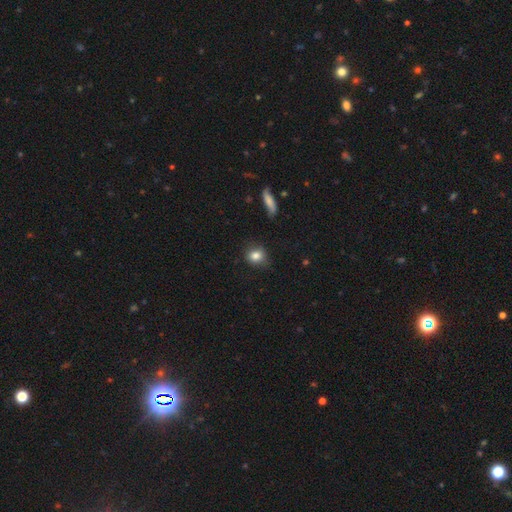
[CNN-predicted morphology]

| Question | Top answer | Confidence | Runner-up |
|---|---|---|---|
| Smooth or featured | smooth | 82% | star or artifact (10%) |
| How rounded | round | 70% | in between (29%) |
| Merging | none | 77% | minor disturbance (17%) |